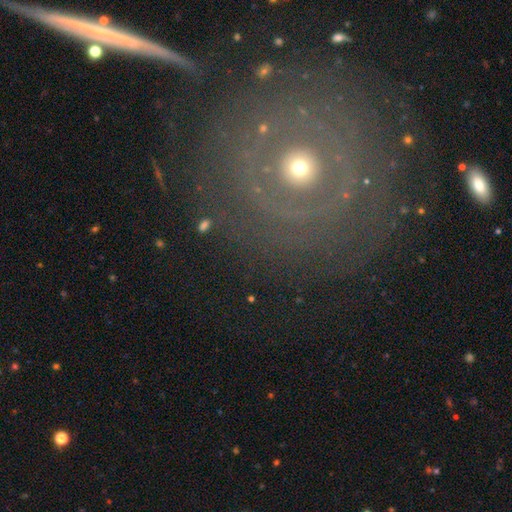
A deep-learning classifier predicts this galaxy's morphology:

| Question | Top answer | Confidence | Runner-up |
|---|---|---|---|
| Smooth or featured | featured or disk | 59% | smooth (24%) |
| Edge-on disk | no | 95% | yes (5%) |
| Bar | no | 90% | weak (7%) |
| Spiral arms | no | 52% | yes (48%) |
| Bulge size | small | 46% | moderate (45%) |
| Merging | none | 81% | minor disturbance (10%) |